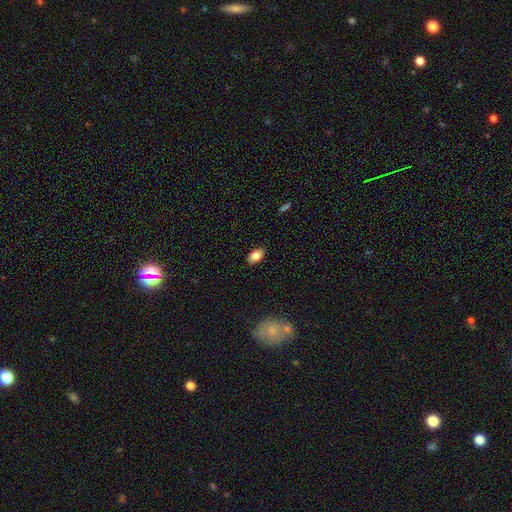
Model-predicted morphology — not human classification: smooth 82%, featured or disk 10%, star or artifact 8%. Down the decision tree: how rounded — in between (91%); merging — none (85%).